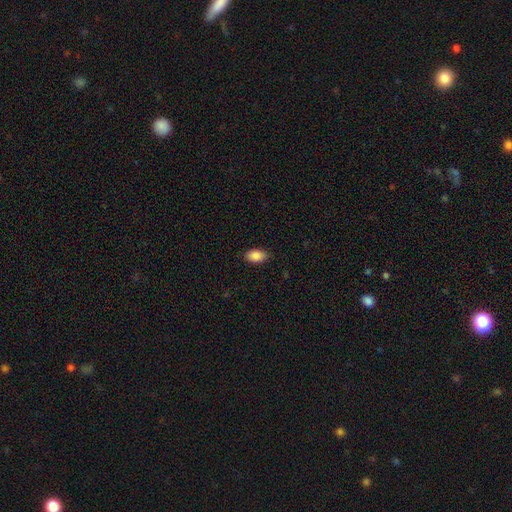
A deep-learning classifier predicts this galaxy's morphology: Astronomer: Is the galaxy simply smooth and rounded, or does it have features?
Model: smooth — 88%.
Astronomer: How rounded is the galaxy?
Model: in between — 92%.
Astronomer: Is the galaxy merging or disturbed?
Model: none — 84%.